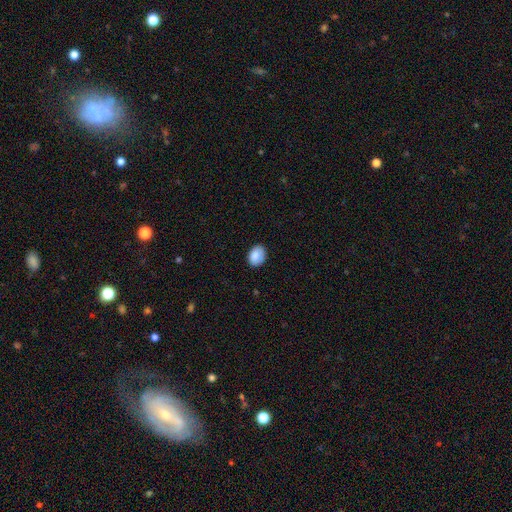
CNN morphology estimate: Smooth or featured?
  - smooth: 85% *
  - featured or disk: 8%
  - star or artifact: 7%
How rounded?
  - in between: 71% *
  - round: 28%
  - cigar-shaped: 1%
Merging?
  - none: 80% *
  - minor disturbance: 16%
  - major disturbance: 3%
  - merger: 1%